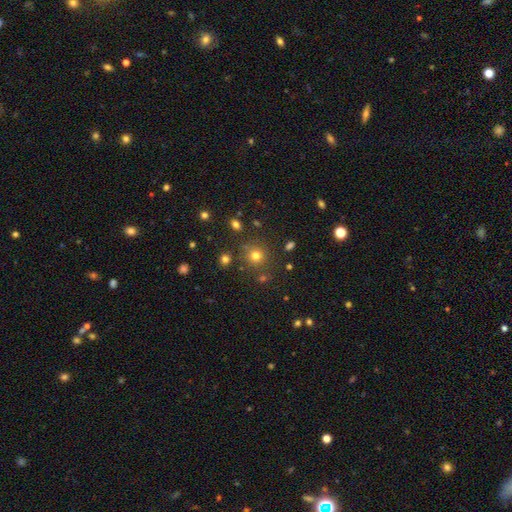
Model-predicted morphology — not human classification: smooth 73%, star or artifact 19%, featured or disk 8%. Down the decision tree: how rounded — round (90%); merging — none (81%).